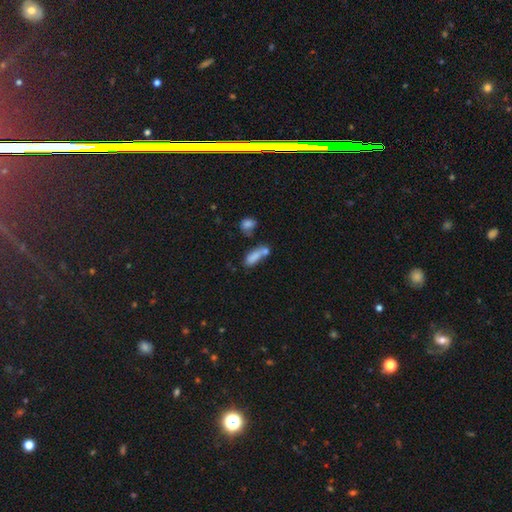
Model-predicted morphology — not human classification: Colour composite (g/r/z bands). It shows a smooth galaxy with no disk features (76%) that is in between round and cigar-shaped (68%). Merging: merger (46%).